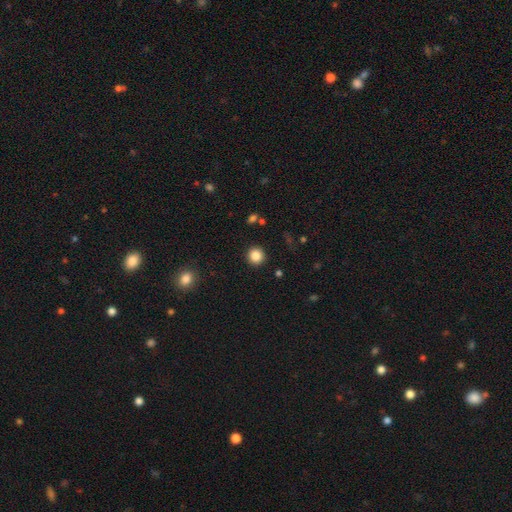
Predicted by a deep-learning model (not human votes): Smooth or featured?
  - smooth: 85% *
  - star or artifact: 11%
  - featured or disk: 4%
How rounded?
  - round: 93% *
  - in between: 6%
  - cigar-shaped: 1%
Merging?
  - none: 92% *
  - minor disturbance: 5%
  - major disturbance: 2%
  - merger: 1%